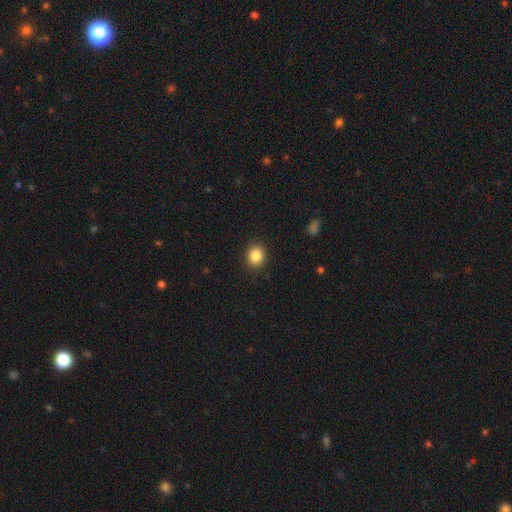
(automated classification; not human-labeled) Smooth or featured? smooth (86%)
How rounded? round (70%)
Merging? none (90%)